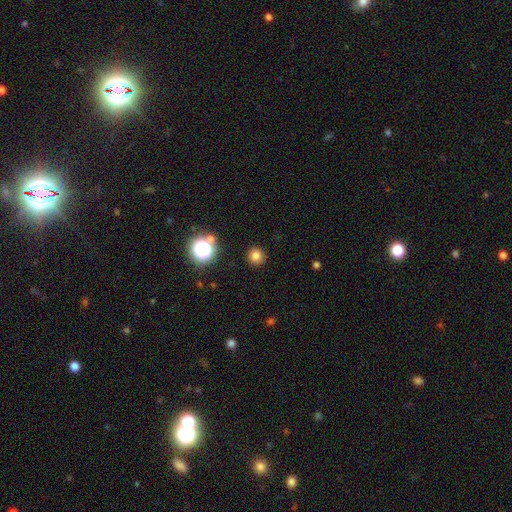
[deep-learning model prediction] Smooth or featured? smooth (78%)
How rounded? round (95%)
Merging? none (91%)